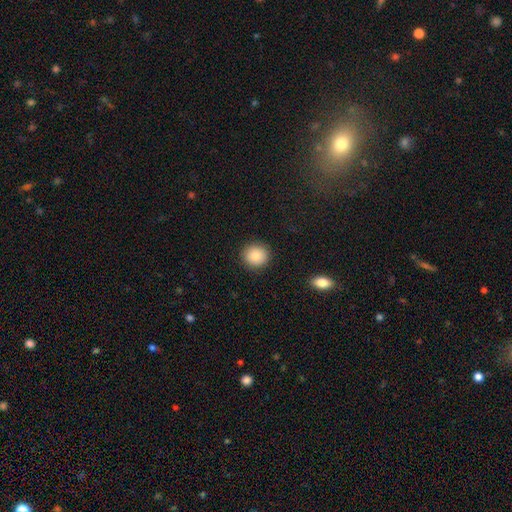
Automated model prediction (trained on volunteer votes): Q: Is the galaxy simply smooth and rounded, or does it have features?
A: smooth — 84%.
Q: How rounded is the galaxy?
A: round — 90%.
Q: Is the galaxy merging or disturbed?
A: none — 91%.